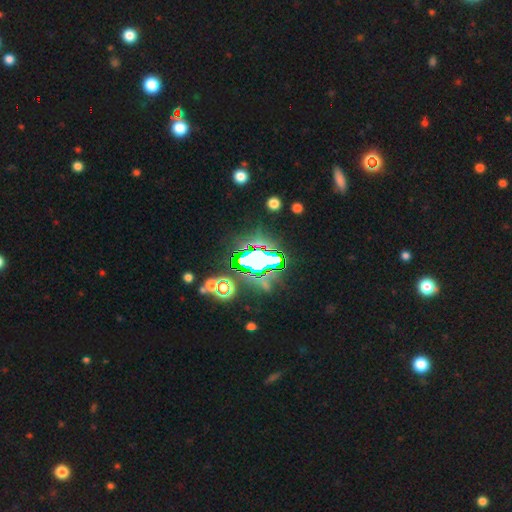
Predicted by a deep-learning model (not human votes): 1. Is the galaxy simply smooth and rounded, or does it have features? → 70% star or artifact, 16% smooth, 14% featured or disk.